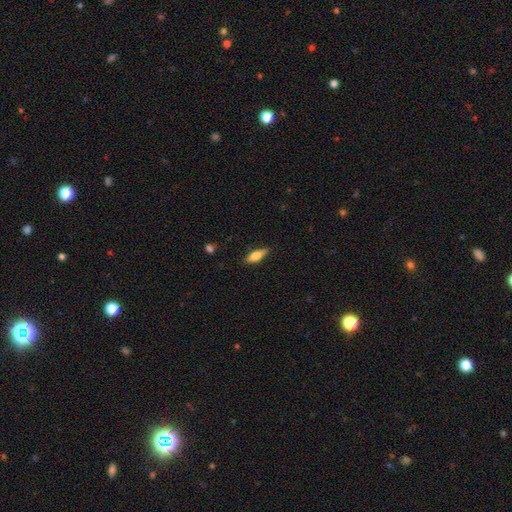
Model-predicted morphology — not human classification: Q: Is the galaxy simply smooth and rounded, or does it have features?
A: smooth — 62%.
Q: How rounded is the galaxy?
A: in between — 56%.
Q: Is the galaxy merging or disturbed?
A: none — 85%.